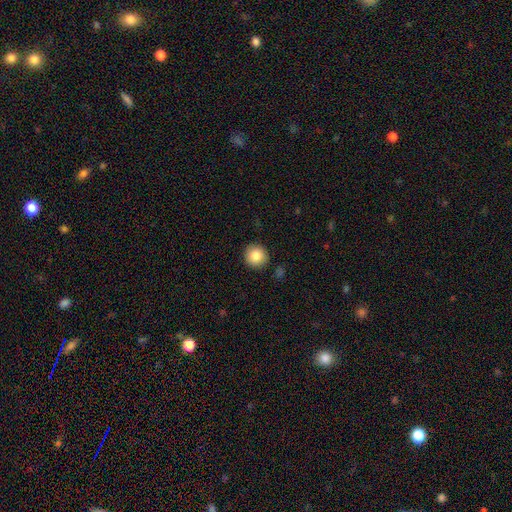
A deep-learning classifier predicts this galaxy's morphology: smooth 85%, star or artifact 9%, featured or disk 7%. Down the decision tree: how rounded — round (94%); merging — none (90%).